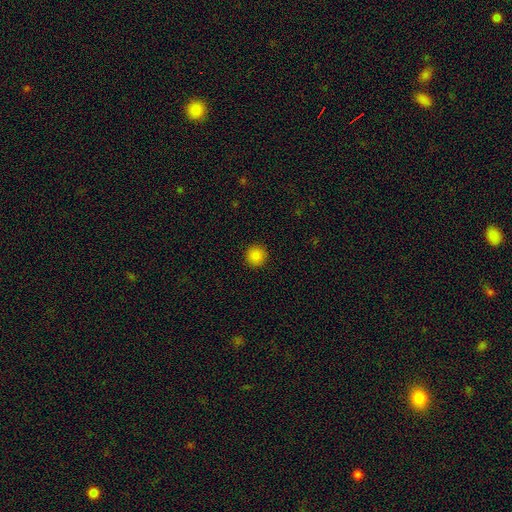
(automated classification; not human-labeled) This is clearly a smooth galaxy (86%). How rounded: clearly round (95%). Merging: clearly none (93%).